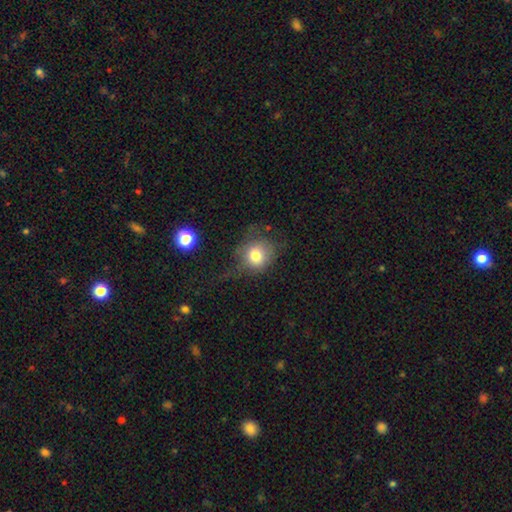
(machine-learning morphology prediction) This appears to be a smooth galaxy with no disk features (75%) that is round (78%). Merging: none (47%).